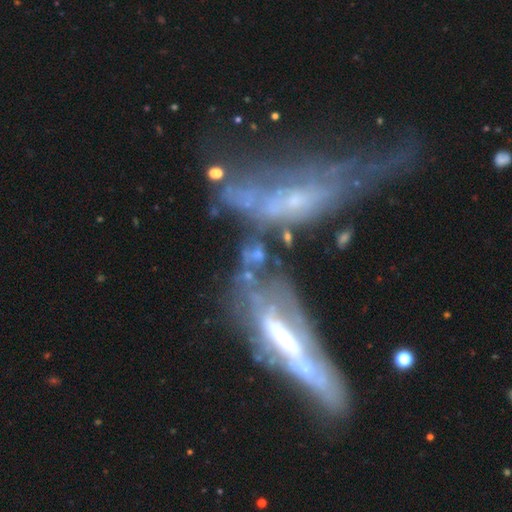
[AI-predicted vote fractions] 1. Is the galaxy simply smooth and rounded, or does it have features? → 48% featured or disk, 31% smooth, 21% star or artifact.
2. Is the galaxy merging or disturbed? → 30% none, 27% merger, 25% major disturbance, 18% minor disturbance.